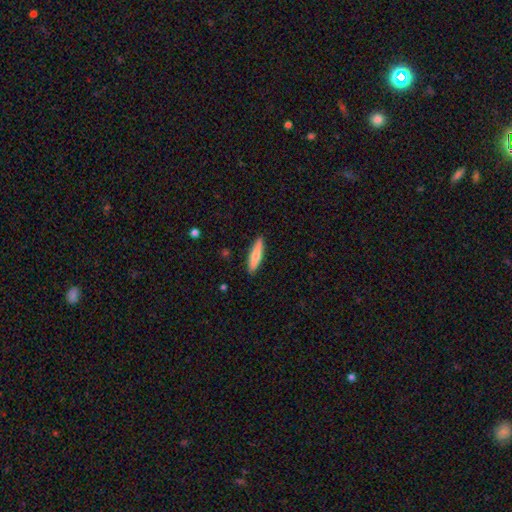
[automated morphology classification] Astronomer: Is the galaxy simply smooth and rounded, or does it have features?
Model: smooth — 72%.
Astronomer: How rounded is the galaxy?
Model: cigar-shaped — 79%.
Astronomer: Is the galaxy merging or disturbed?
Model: none — 89%.